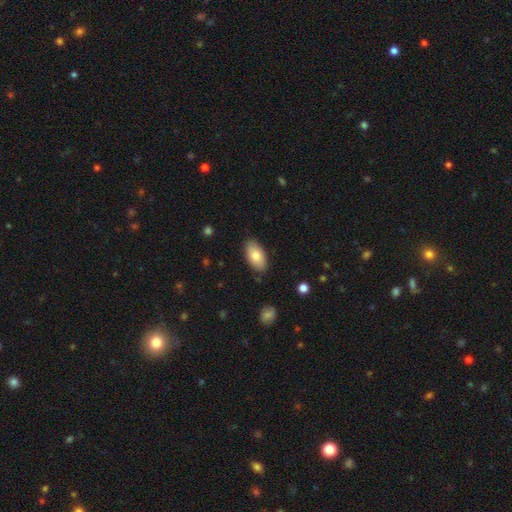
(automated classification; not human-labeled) smooth-or-featured: smooth: 77% | featured or disk: 16% | star or artifact: 7%
  how-rounded: in between: 94% | round: 4% | cigar-shaped: 3%
  merging: none: 85% | minor disturbance: 11% | major disturbance: 2% | merger: 1%